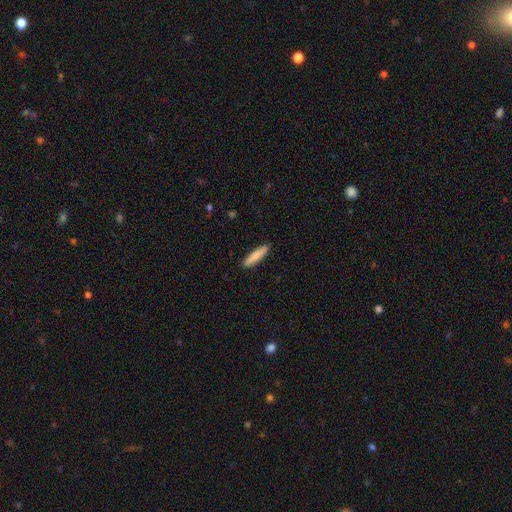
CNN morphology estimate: This is clearly a smooth galaxy (83%). How rounded: clearly cigar-shaped (87%). Merging: clearly none (91%).